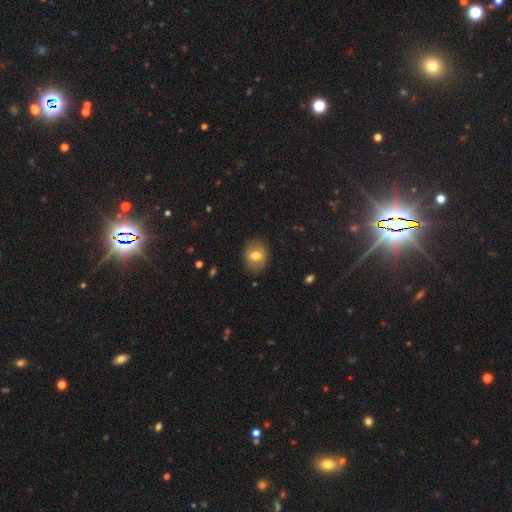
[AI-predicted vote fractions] smooth_or_featured: smooth (p=0.65) [alt: featured or disk p=0.26]
how_rounded: round (p=0.51) [alt: in between p=0.48]
merging: none (p=0.83) [alt: minor disturbance p=0.12]